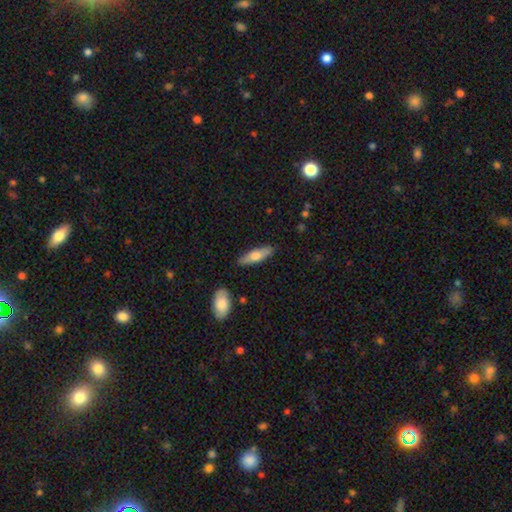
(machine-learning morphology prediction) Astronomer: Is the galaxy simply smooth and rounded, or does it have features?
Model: smooth — 64%.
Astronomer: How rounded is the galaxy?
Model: cigar-shaped — 59% (runner-up: in between, 38%).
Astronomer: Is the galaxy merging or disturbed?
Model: none — 86%.